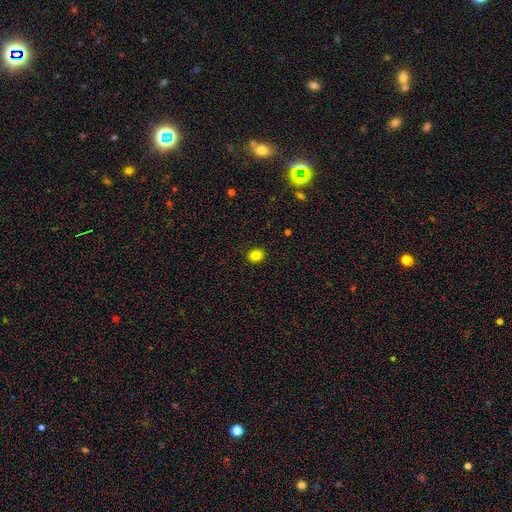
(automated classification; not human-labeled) A smooth galaxy with no disk features (82%) that is round (69%). Merging: none (90%).